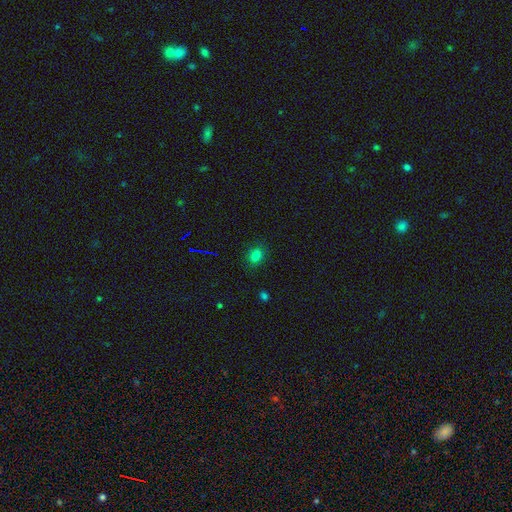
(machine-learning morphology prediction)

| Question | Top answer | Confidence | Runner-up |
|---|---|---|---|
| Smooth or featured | smooth | 77% | star or artifact (17%) |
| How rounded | in between | 56% | round (42%) |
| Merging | none | 85% | minor disturbance (11%) |